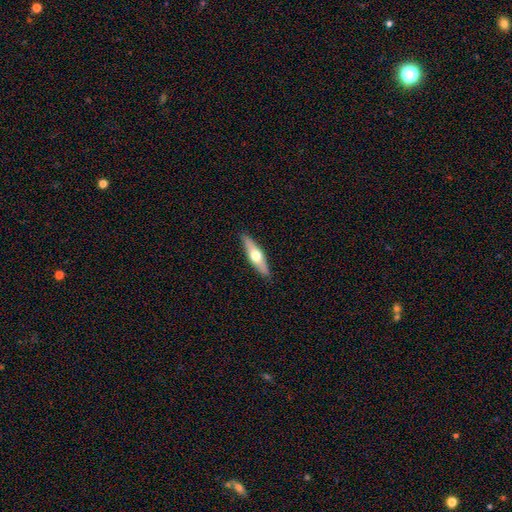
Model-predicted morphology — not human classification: The model was most divided on "smooth or featured": featured or disk: 50%, smooth: 44%, star or artifact: 5%. More confident: merging — none (89%); edge-on disk — yes (89%).